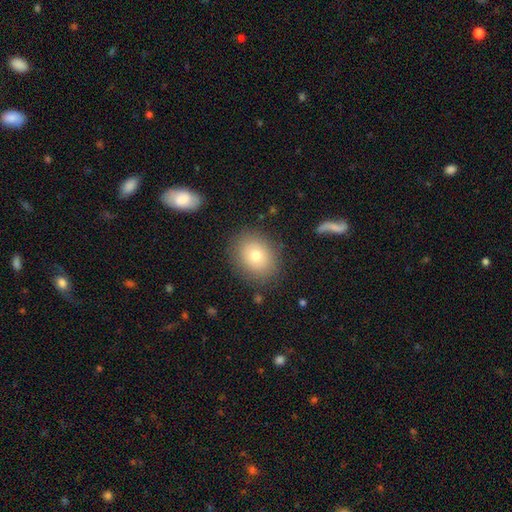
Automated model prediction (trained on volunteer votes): smooth-or-featured: smooth: 74% | featured or disk: 16% | star or artifact: 11%
  how-rounded: round: 61% | in between: 38% | cigar-shaped: 1%
  merging: none: 84% | minor disturbance: 10% | major disturbance: 4% | merger: 2%